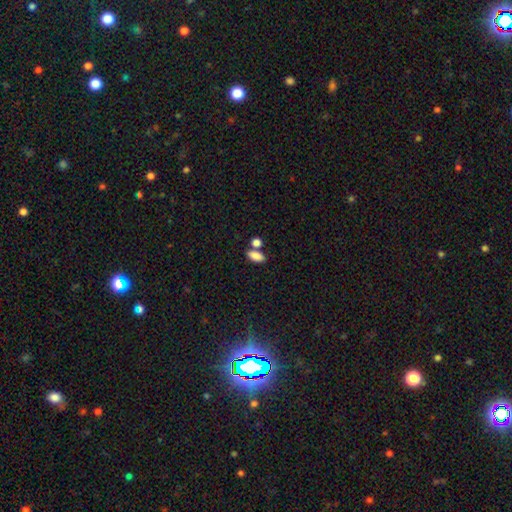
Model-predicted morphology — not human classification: Q: Smooth or featured?
A: smooth (86%); runner-up: star or artifact (8%)
Q: How rounded?
A: in between (87%); runner-up: cigar-shaped (7%)
Q: Merging?
A: none (59%); runner-up: merger (26%)